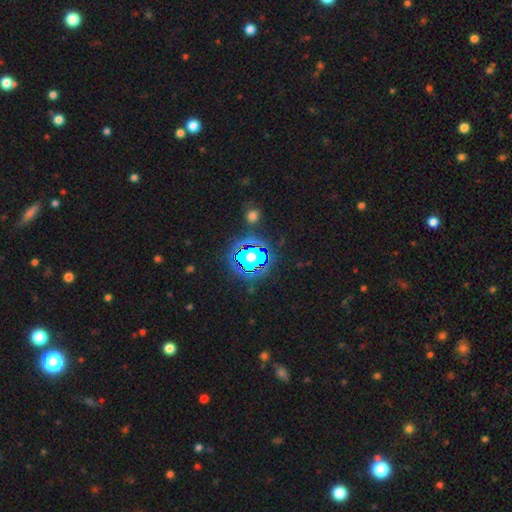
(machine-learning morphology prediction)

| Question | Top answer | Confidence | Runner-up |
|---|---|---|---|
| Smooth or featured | star or artifact | 80% | smooth (13%) |